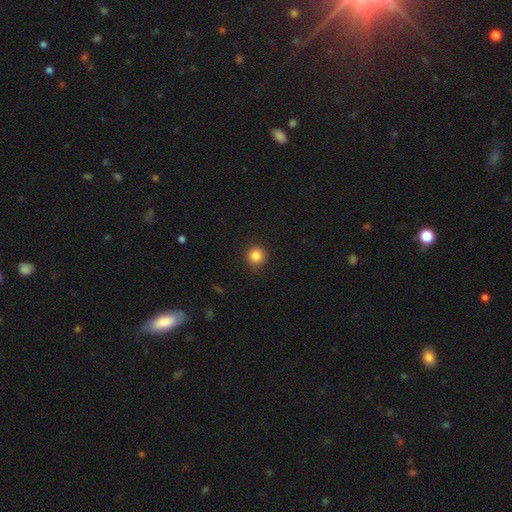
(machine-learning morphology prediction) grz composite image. It shows a smooth galaxy with no disk features (85%) that is round (94%). Merging: none (89%).